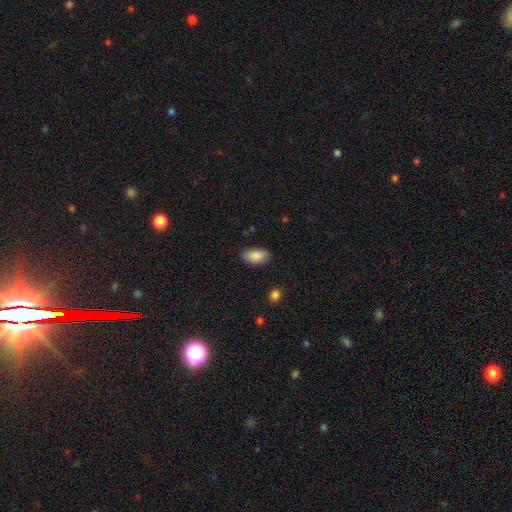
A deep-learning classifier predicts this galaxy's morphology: A smooth galaxy with no disk features (88%) that is in between round and cigar-shaped (94%).

Vote fractions:
- Smooth or featured? smooth: 88% / star or artifact: 7% / featured or disk: 5%
- How rounded? in between: 94% / round: 3% / cigar-shaped: 3%
- Merging? none: 85% / minor disturbance: 11% / major disturbance: 2% / merger: 1%